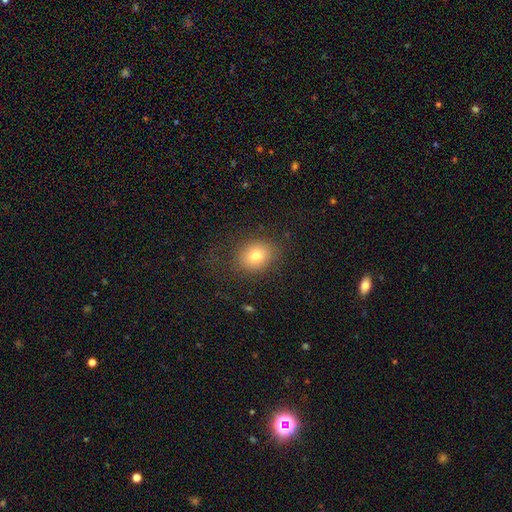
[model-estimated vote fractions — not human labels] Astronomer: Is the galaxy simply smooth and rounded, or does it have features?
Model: smooth — 77%.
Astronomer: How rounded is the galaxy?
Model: round — 52% (runner-up: in between, 47%).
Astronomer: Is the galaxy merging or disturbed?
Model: none — 79%.